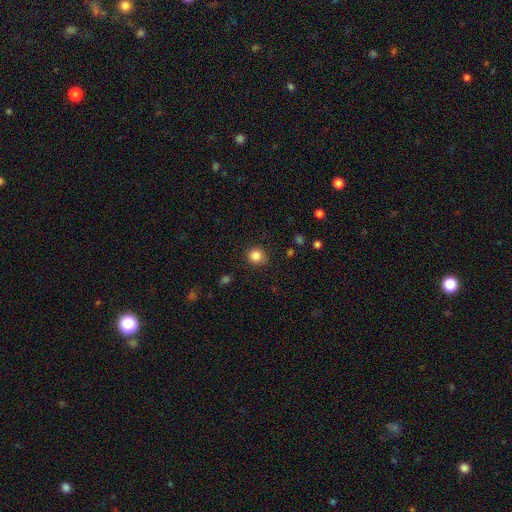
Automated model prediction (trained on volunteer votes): A smooth galaxy with no disk features (85%) that is round (90%). Merging: none (87%).